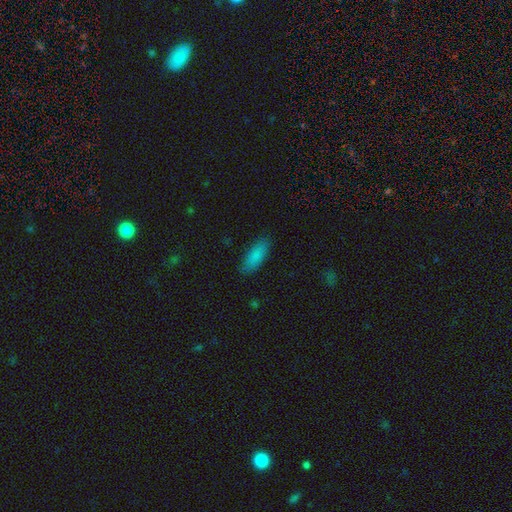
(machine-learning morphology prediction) smooth_or_featured: smooth (p=0.85) [alt: featured or disk p=0.08]
how_rounded: in between (p=0.68) [alt: cigar-shaped p=0.30]
merging: none (p=0.86) [alt: minor disturbance p=0.11]